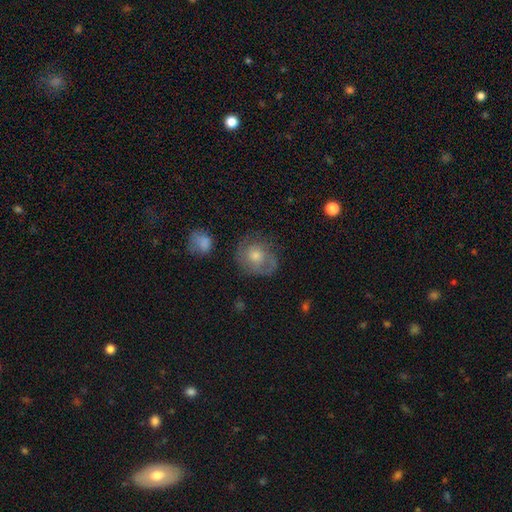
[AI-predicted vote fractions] smooth-or-featured: featured or disk: 56% | smooth: 34% | star or artifact: 10%
  disk-edge-on: no: 97% | yes: 3%
    bar: no: 80% | weak: 17% | strong: 3%
    has-spiral-arms: yes: 81% | no: 19%
    bulge-size: moderate: 63% | small: 26% | large: 7% | none: 3% | dominant: 1%
  merging: none: 69% | minor disturbance: 20% | major disturbance: 9% | merger: 2%